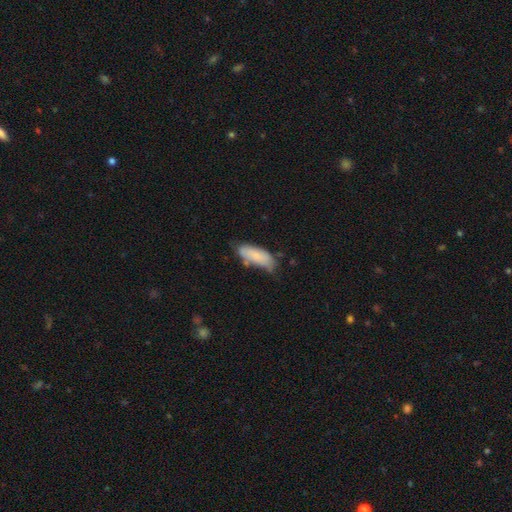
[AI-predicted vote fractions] A smooth galaxy with no disk features (81%) that is in between round and cigar-shaped (74%).

Vote fractions:
- Smooth or featured? smooth: 81% / featured or disk: 13% / star or artifact: 6%
- How rounded? in between: 74% / cigar-shaped: 24% / round: 2%
- Merging? none: 56% / minor disturbance: 32% / major disturbance: 7% / merger: 5%